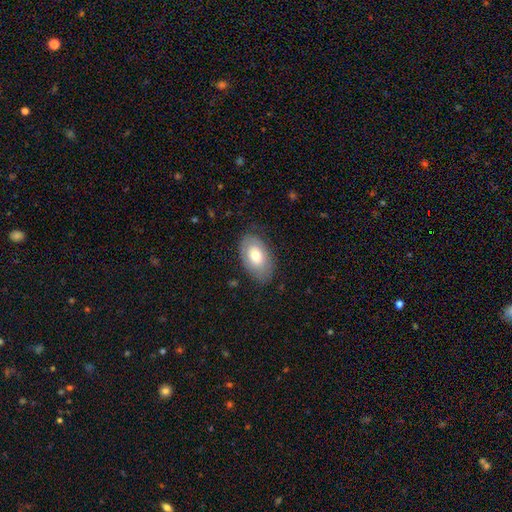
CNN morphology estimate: This is likely a smooth galaxy (67%). How rounded: clearly in between (93%). Merging: likely none (77%).